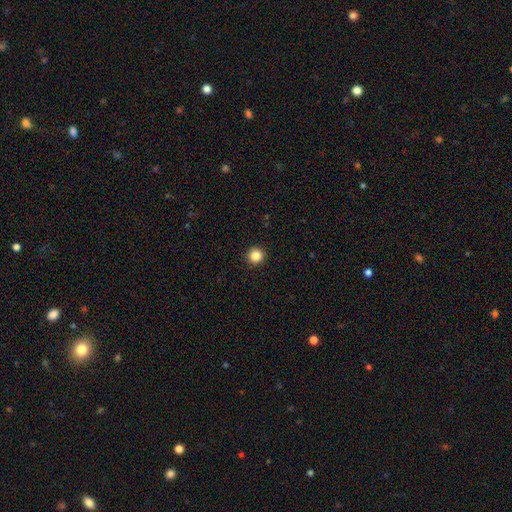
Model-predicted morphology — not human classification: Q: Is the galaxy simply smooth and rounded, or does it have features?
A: smooth — 85%.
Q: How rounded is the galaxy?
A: round — 95%.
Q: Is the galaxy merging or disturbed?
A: none — 94%.